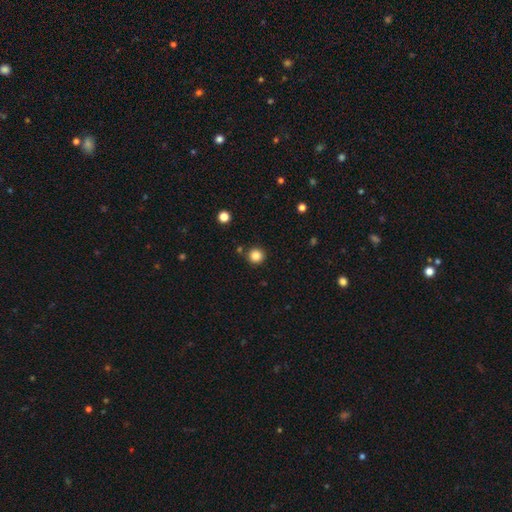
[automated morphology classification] This appears to be a smooth galaxy with no disk features (85%) that is round (95%). Merging: none (87%).